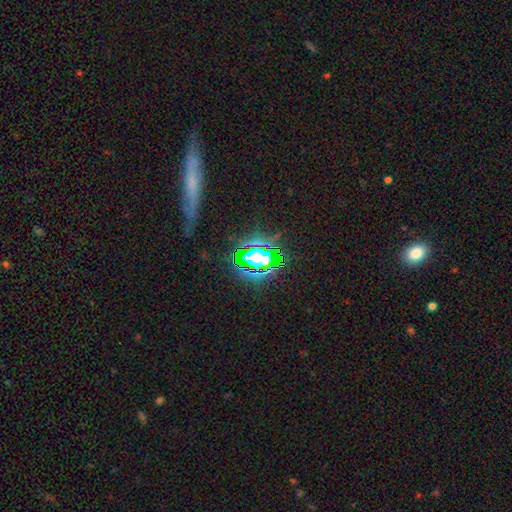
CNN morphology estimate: This is likely a star or artifact rather than a galaxy (65%).